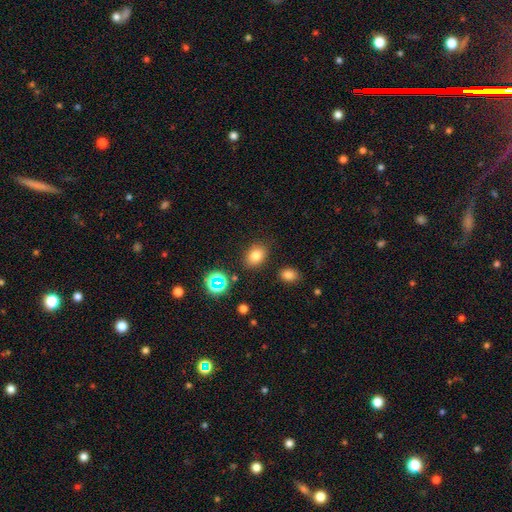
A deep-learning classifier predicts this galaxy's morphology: smooth_or_featured: smooth (p=0.78) [alt: star or artifact p=0.14]
how_rounded: in between (p=0.69) [alt: round p=0.30]
merging: none (p=0.84) [alt: minor disturbance p=0.10]